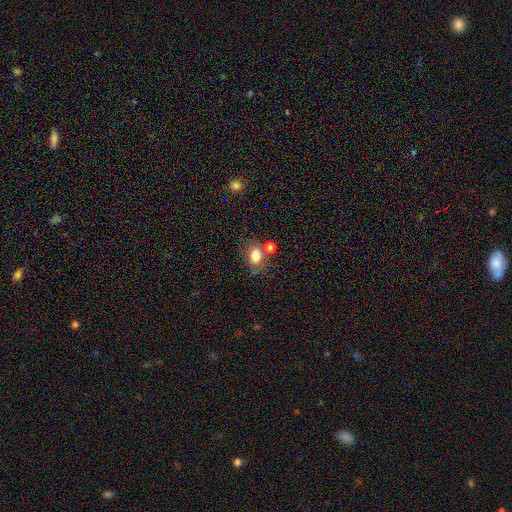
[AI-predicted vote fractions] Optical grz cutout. It shows a smooth galaxy with no disk features (80%) that is in between round and cigar-shaped (56%). Merging: none (59%).